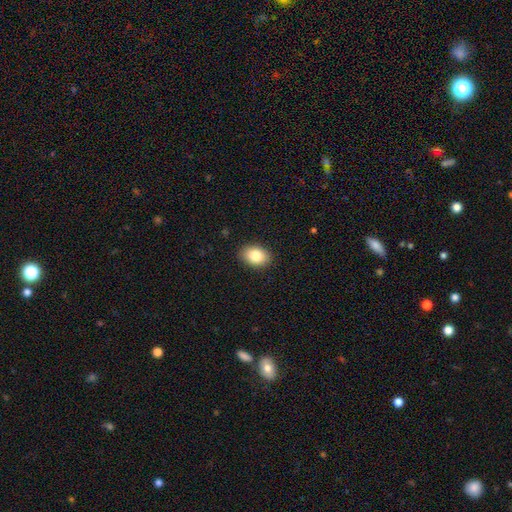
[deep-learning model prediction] Smooth or featured? smooth (83%)
How rounded? in between (80%)
Merging? none (89%)